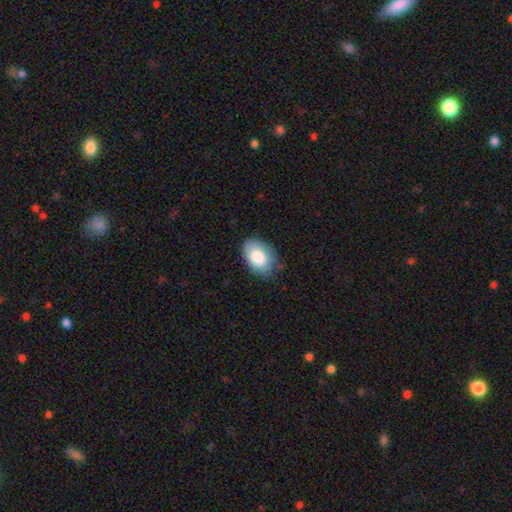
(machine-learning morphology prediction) smooth_or_featured: smooth (p=0.83) [alt: featured or disk p=0.11]
how_rounded: in between (p=0.88) [alt: round p=0.11]
merging: none (p=0.77) [alt: minor disturbance p=0.18]